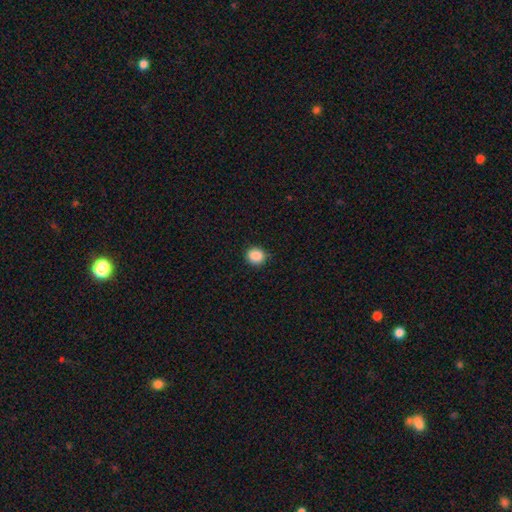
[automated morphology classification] smooth-or-featured: smooth: 87% | star or artifact: 9% | featured or disk: 3%
  how-rounded: round: 83% | in between: 16% | cigar-shaped: 1%
  merging: none: 89% | minor disturbance: 8% | major disturbance: 2% | merger: 1%